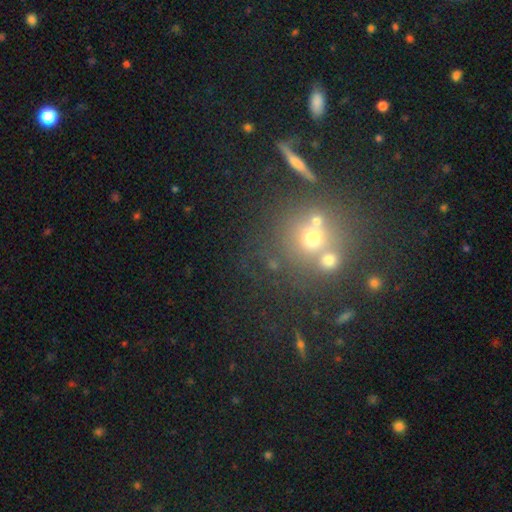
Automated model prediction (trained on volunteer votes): Smooth or featured?
  - star or artifact: 44% *
  - smooth: 41%
  - featured or disk: 15%